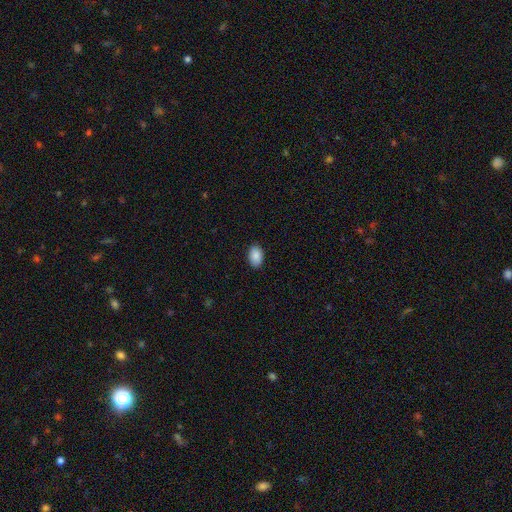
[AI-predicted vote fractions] Overall: smooth (90%). How rounded: in between (90%). Merging: none (89%).